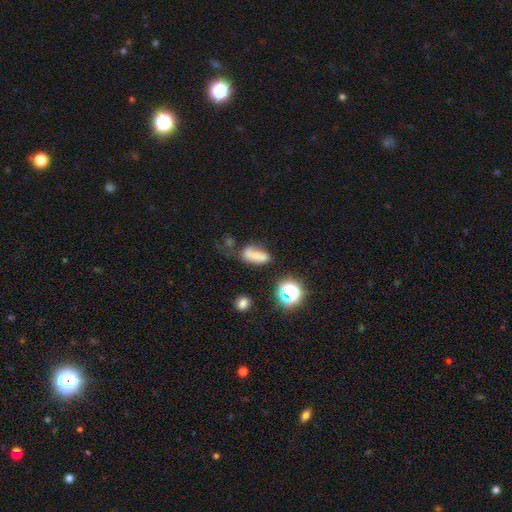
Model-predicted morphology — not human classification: Smooth or featured: smooth — 62% (featured or disk — 20%)
How rounded: in between — 74% (cigar-shaped — 16%)
Merging: none — 39% (minor disturbance — 26%)